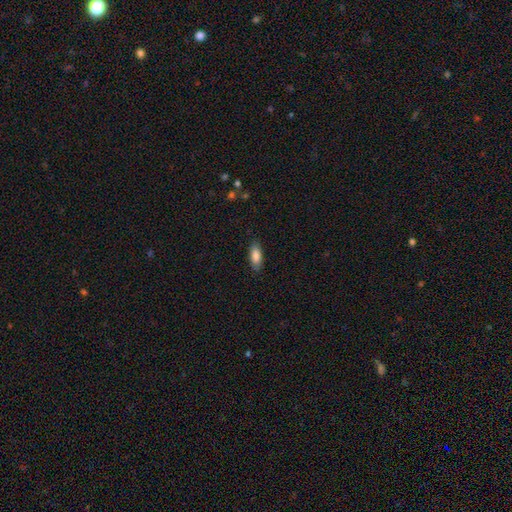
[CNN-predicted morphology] smooth 86%, featured or disk 7%, star or artifact 6%. Down the decision tree: how rounded — in between (79%); merging — none (86%).